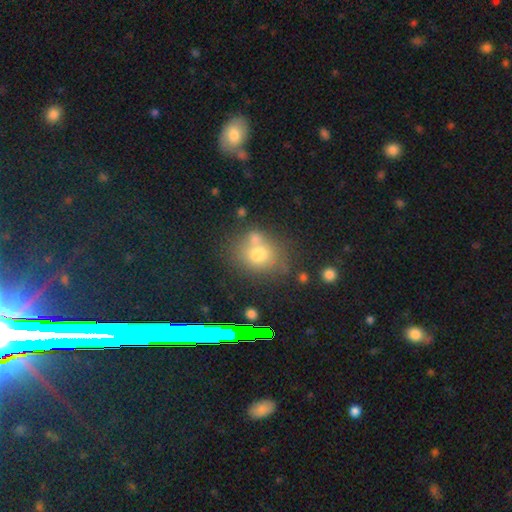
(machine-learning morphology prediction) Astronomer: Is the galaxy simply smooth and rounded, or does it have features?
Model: smooth — 67%.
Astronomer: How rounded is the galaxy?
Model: round — 65%.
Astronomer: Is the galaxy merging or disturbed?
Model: none — 54%.